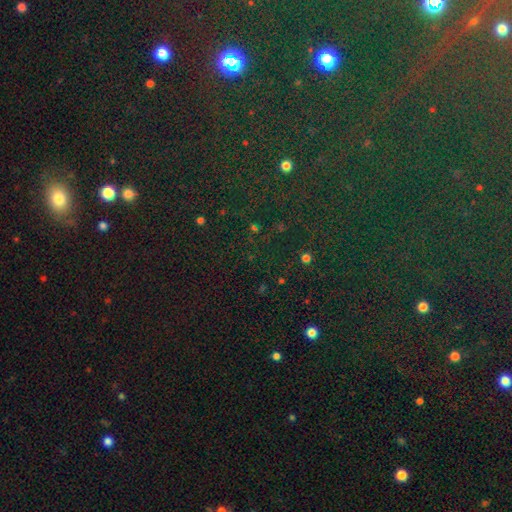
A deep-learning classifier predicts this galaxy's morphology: Q: Smooth or featured?
A: star or artifact (78%); runner-up: smooth (14%)